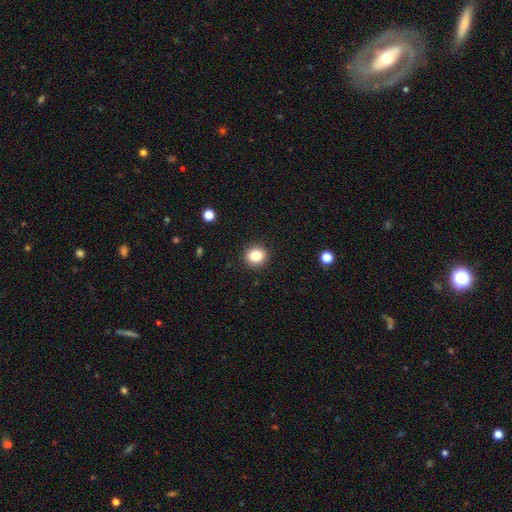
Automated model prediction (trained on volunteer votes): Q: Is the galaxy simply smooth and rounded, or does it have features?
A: smooth — 84%.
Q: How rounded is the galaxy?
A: round — 84%.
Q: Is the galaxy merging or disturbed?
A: none — 92%.